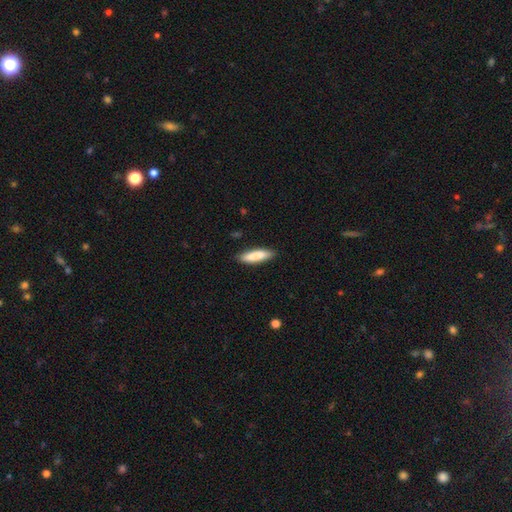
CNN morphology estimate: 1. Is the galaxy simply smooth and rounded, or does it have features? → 85% smooth, 9% featured or disk, 6% star or artifact.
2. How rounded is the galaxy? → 67% cigar-shaped, 31% in between, 1% round.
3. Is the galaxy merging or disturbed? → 85% none, 11% minor disturbance, 2% major disturbance, 1% merger.